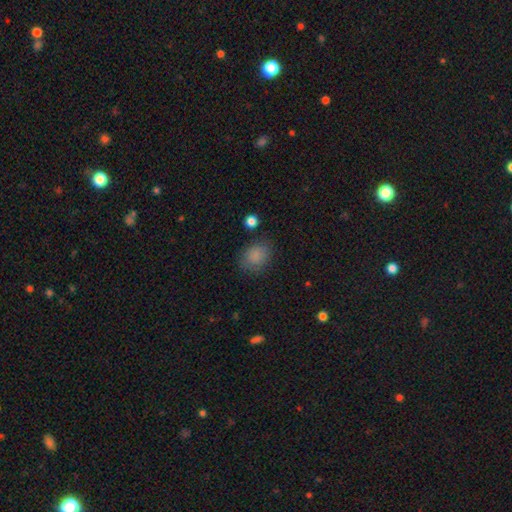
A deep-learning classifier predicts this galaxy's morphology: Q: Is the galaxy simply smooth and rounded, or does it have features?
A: smooth — 84%.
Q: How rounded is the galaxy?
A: in between — 52%.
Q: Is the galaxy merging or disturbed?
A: none — 77%.